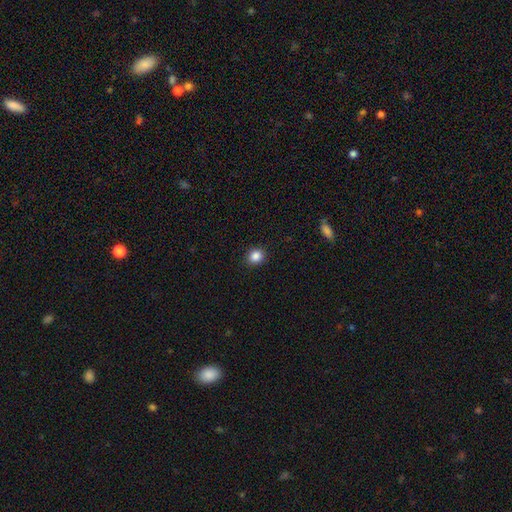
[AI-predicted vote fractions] Smooth or featured: smooth — 86% (star or artifact — 10%)
How rounded: round — 78% (in between — 21%)
Merging: none — 91% (minor disturbance — 6%)